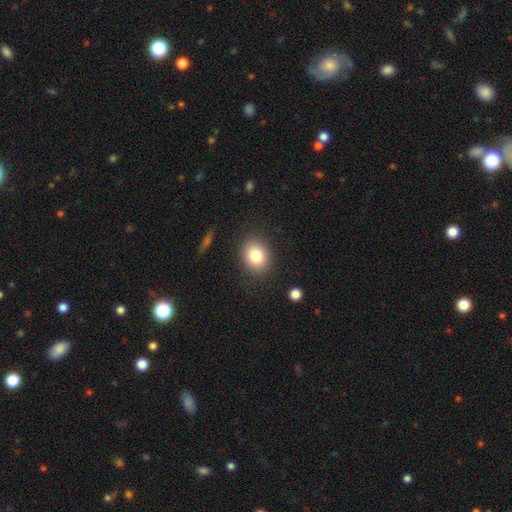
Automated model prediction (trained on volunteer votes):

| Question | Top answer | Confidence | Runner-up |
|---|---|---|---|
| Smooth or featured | smooth | 81% | star or artifact (10%) |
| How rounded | round | 59% | in between (40%) |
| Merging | none | 86% | minor disturbance (9%) |